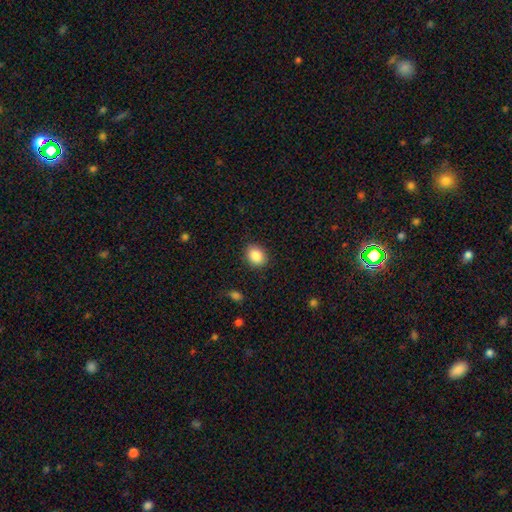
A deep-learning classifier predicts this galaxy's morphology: Q: Smooth or featured?
A: smooth (87%); runner-up: star or artifact (8%)
Q: How rounded?
A: round (54%); runner-up: in between (45%)
Q: Merging?
A: none (88%); runner-up: minor disturbance (9%)